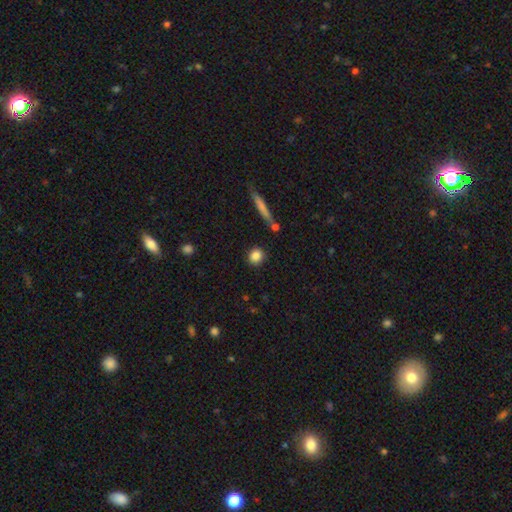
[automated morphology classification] smooth_or_featured: smooth (p=0.85) [alt: star or artifact p=0.09]
how_rounded: round (p=0.83) [alt: in between p=0.14]
merging: none (p=0.86) [alt: minor disturbance p=0.08]